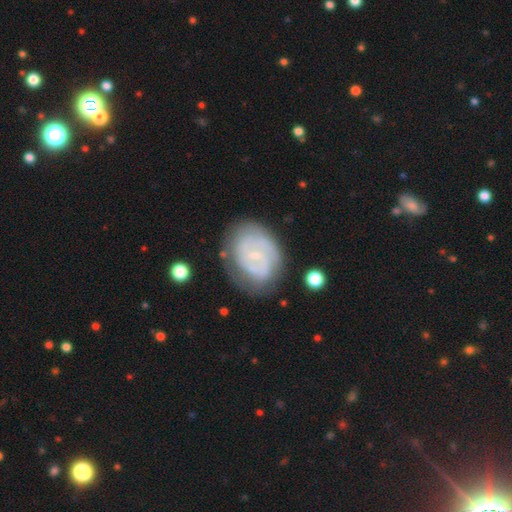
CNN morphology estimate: Smooth or featured? featured or disk (75%)
Edge-on disk? no (97%)
Bar? no (56%)
Spiral arms? yes (86%)
Spiral winding? tight (59%)
Spiral arm count? 2 (41%)
Bulge size? small (80%)
Merging? none (68%)